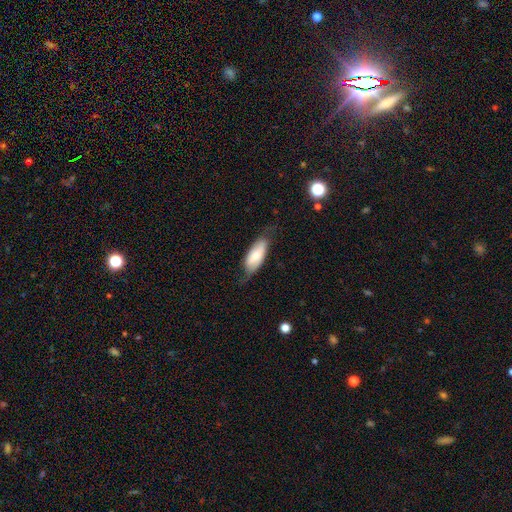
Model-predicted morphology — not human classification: Smooth or featured?
  - smooth: 66% *
  - featured or disk: 28%
  - star or artifact: 6%
How rounded?
  - in between: 82% *
  - cigar-shaped: 16%
  - round: 2%
Merging?
  - none: 61% *
  - minor disturbance: 27%
  - major disturbance: 10%
  - merger: 1%